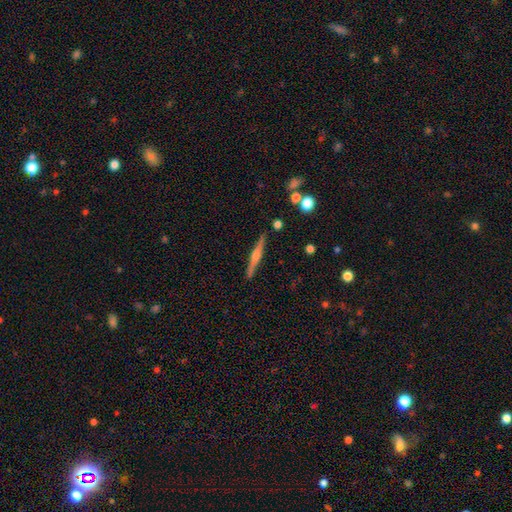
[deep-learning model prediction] Smooth or featured? featured or disk (76%)
Edge-on disk? yes (98%)
Edge-on bulge? rounded (87%)
Merging? none (91%)